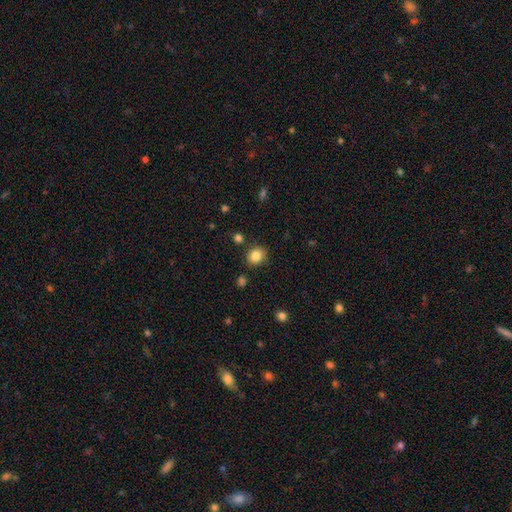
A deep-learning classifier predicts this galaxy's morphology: A smooth galaxy with no disk features (85%) that is round (65%). Merging: none (83%).